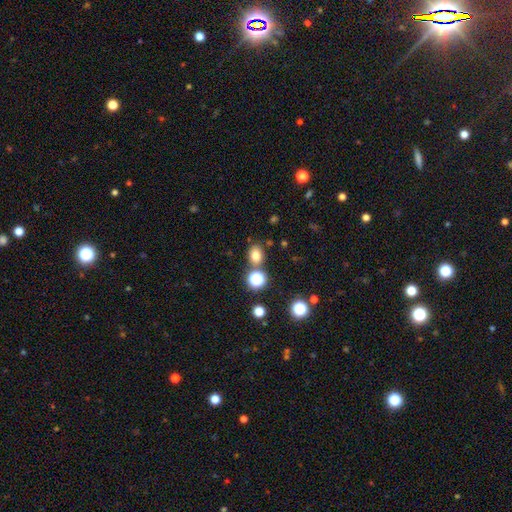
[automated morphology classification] The model was most divided on "how rounded": round: 54%, in between: 45%, cigar-shaped: 1%. More confident: smooth or featured — smooth (76%); merging — none (75%).